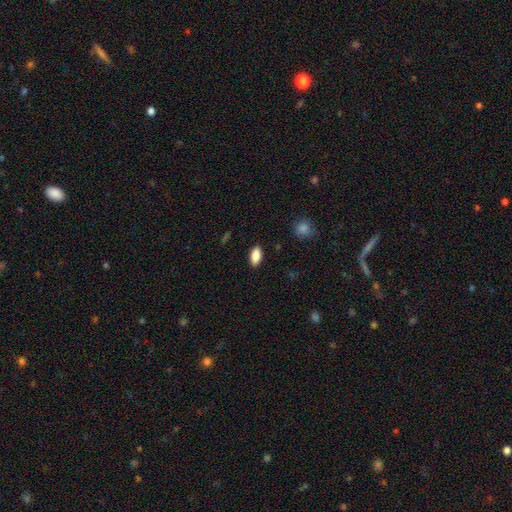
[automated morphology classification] This is clearly a smooth galaxy (87%). How rounded: clearly in between (90%). Merging: clearly none (88%).